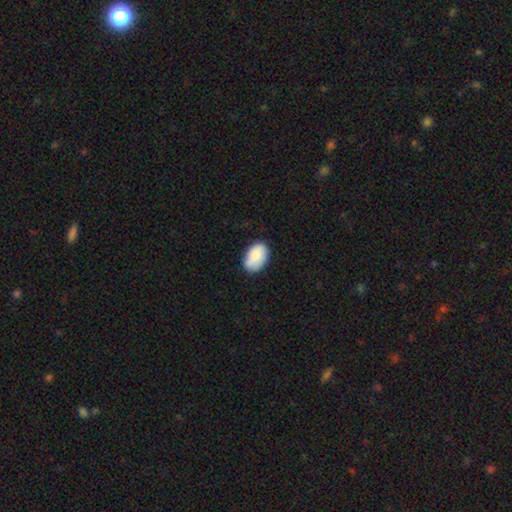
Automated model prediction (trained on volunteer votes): Smooth or featured: smooth — 84% (featured or disk — 9%)
How rounded: in between — 87% (round — 12%)
Merging: none — 73% (minor disturbance — 21%)